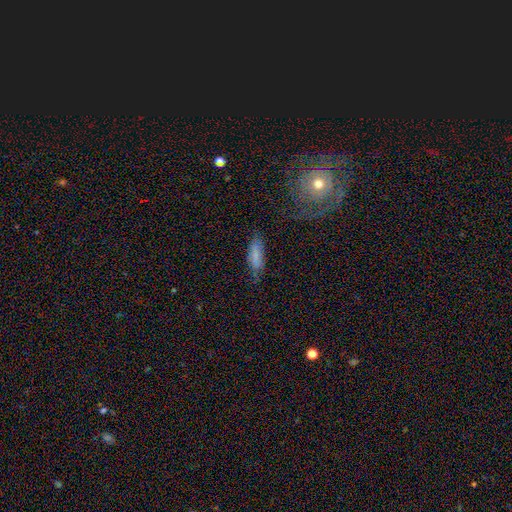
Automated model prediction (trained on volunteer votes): Smooth or featured? Predicted: smooth (p=0.72). How rounded? Predicted: in between (p=0.55). Merging? Predicted: none (p=0.65).